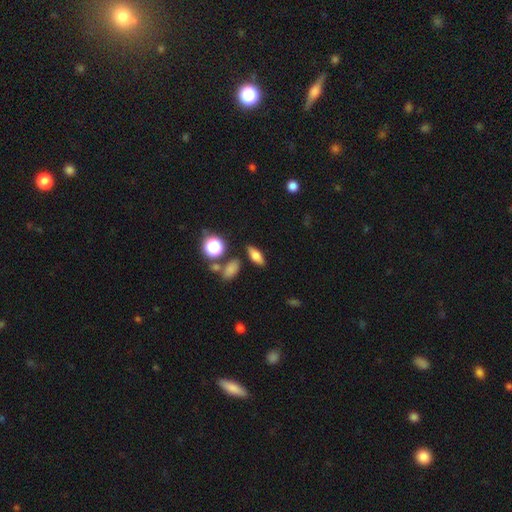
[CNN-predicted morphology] The model was most divided on "how rounded": in between: 65%, cigar-shaped: 25%, round: 9%. More confident: merging — none (81%); smooth or featured — smooth (67%).